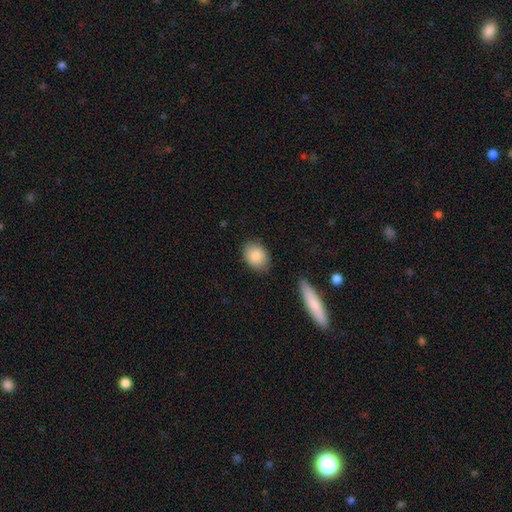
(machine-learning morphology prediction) Overall: smooth (85%). How rounded: in between (67%; round 32%). Merging: none (82%).